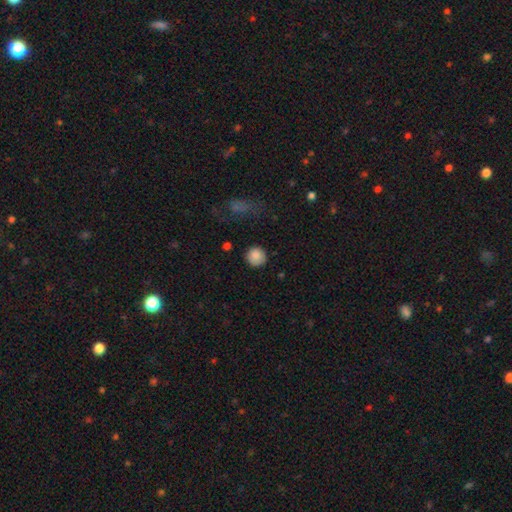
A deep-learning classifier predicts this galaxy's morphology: smooth 87%, star or artifact 9%, featured or disk 4%. Down the decision tree: how rounded — round (94%); merging — none (86%).